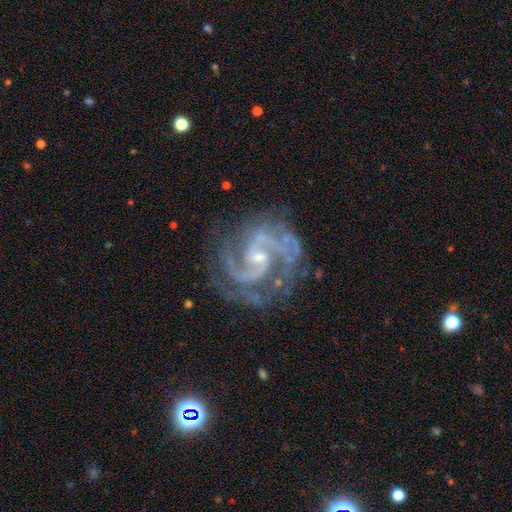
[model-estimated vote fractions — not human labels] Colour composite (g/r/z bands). It shows a featured or disk galaxy (90%) with a weak bar (46%), 2 (69%) medium (49%) spiral arms (98%) and a small central bulge (70%). Merging: none (74%).